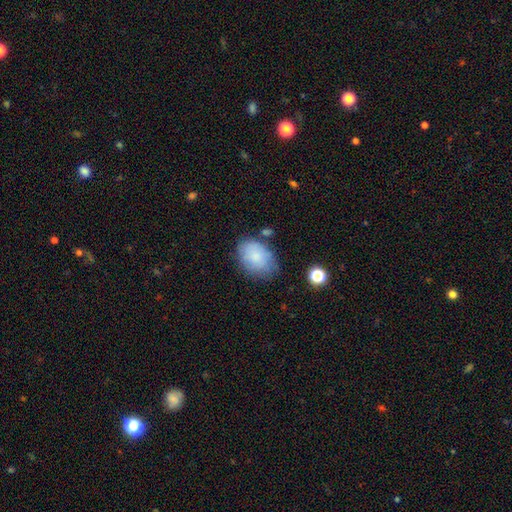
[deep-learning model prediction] smooth_or_featured: smooth (p=0.80) [alt: featured or disk p=0.12]
how_rounded: in between (p=0.79) [alt: round p=0.20]
merging: none (p=0.64) [alt: minor disturbance p=0.24]